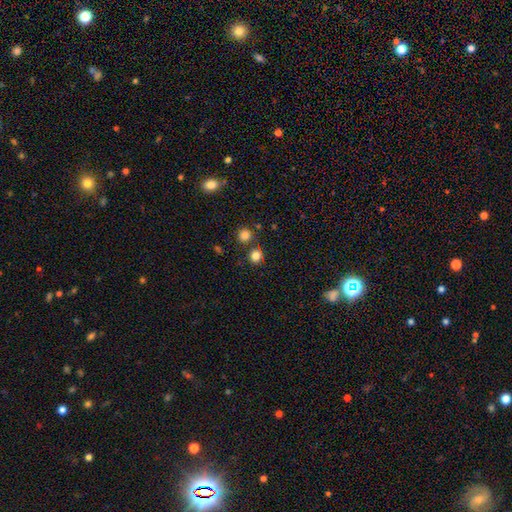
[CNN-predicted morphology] A smooth galaxy with no disk features (82%) that is round (89%).

Vote fractions:
- Smooth or featured? smooth: 82% / star or artifact: 13% / featured or disk: 5%
- How rounded? round: 89% / in between: 10% / cigar-shaped: 1%
- Merging? none: 80% / merger: 9% / minor disturbance: 7% / major disturbance: 3%